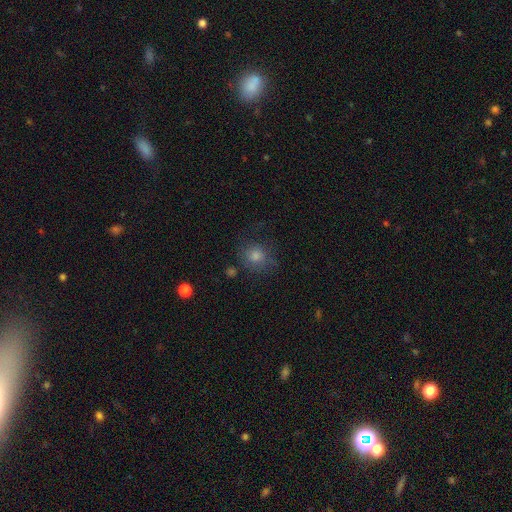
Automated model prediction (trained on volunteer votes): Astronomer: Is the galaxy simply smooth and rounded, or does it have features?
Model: smooth — 68%.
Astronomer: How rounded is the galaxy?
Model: round — 83%.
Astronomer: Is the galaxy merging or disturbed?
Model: none — 71%.